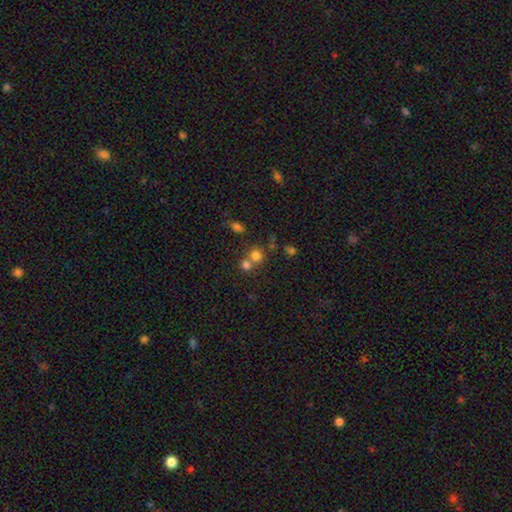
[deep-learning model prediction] smooth 74%, star or artifact 17%, featured or disk 9%. Down the decision tree: how rounded — round (85%); merging — none (50%).